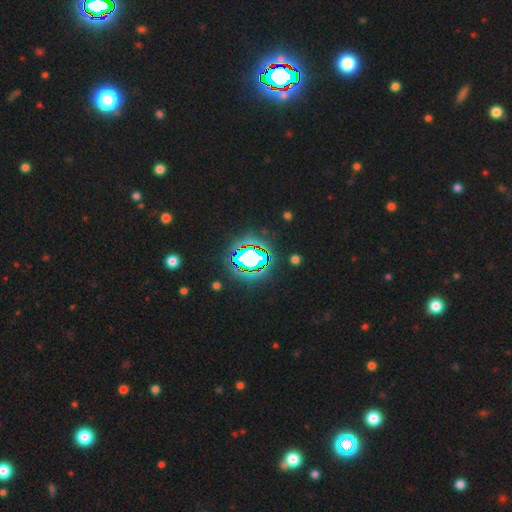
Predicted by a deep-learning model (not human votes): The model was most divided on "smooth or featured": star or artifact: 78%, smooth: 13%, featured or disk: 10%.